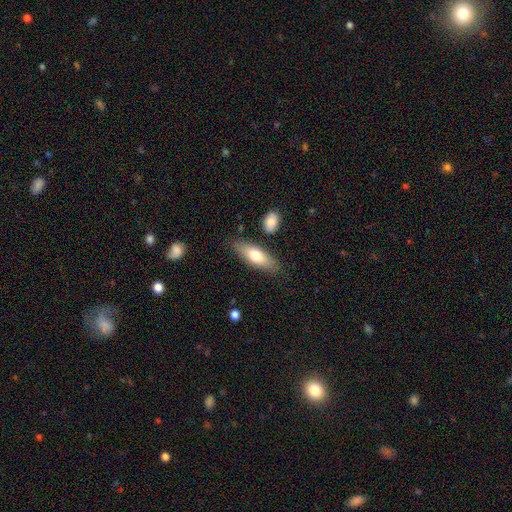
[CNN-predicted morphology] Smooth or featured?
  - smooth: 70% *
  - featured or disk: 25%
  - star or artifact: 6%
How rounded?
  - in between: 60% *
  - cigar-shaped: 38%
  - round: 2%
Merging?
  - none: 82% *
  - minor disturbance: 12%
  - merger: 3%
  - major disturbance: 3%